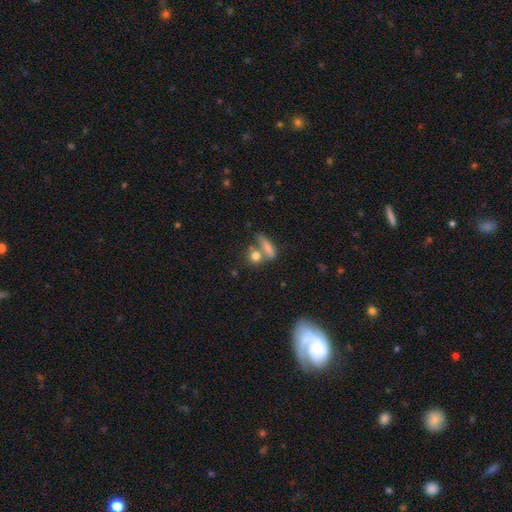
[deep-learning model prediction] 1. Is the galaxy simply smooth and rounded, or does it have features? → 76% smooth, 13% featured or disk, 11% star or artifact.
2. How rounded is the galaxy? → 53% round, 32% in between, 15% cigar-shaped.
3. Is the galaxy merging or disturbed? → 49% none, 35% merger, 10% minor disturbance, 5% major disturbance.